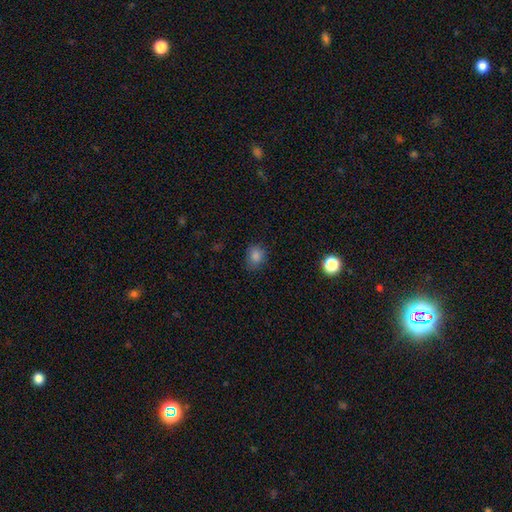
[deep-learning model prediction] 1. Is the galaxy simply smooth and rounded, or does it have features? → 83% smooth, 12% star or artifact, 5% featured or disk.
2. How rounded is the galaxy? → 65% round, 34% in between, 1% cigar-shaped.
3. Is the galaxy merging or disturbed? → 81% none, 15% minor disturbance, 3% major disturbance, 1% merger.